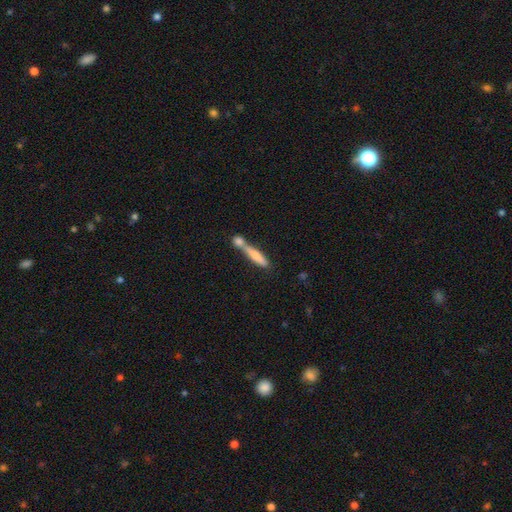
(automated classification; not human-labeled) The model was most divided on "merging": merger: 48%, none: 36%, minor disturbance: 11%, major disturbance: 5%. More confident: how rounded — cigar-shaped (82%); smooth or featured — smooth (69%).